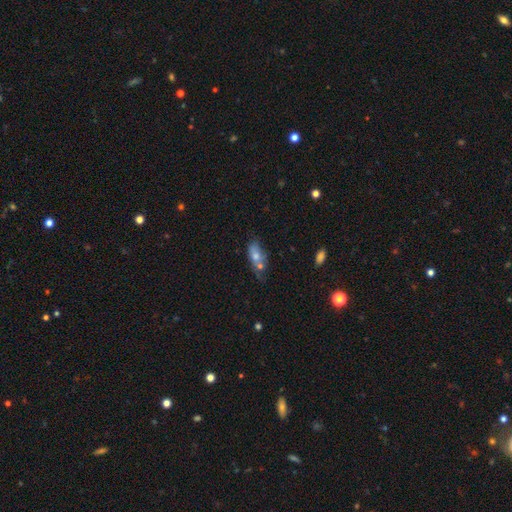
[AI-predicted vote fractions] smooth 58%, featured or disk 31%, star or artifact 11%. Down the decision tree: how rounded — in between (75%); merging — none (39%).